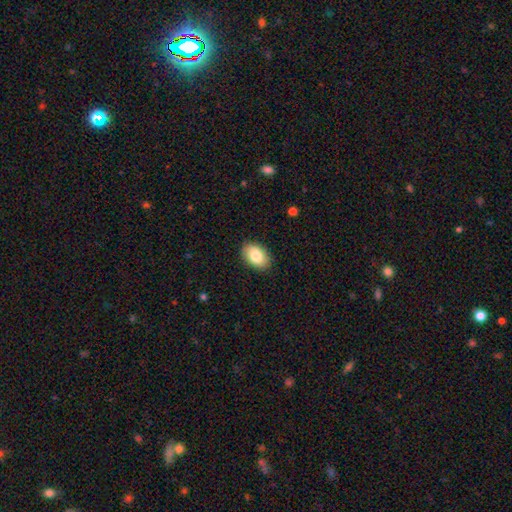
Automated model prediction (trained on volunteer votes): Morphology: type=smooth (85%); roundness=in between (89%); merging=none (89%).